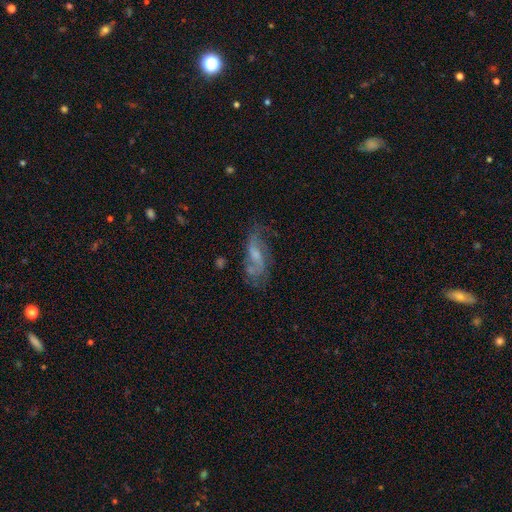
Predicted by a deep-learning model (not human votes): This is likely a featured or disk galaxy (68%). It is clearly not viewed edge-on (90%). Bar: possibly weak (48%). Spiral arm pattern: clearly yes (85%). Spiral arm count: likely 2 (72%). Spiral winding: possibly loose (48%). Central bulge: marginally small (43%). Merging: possibly none (57%).